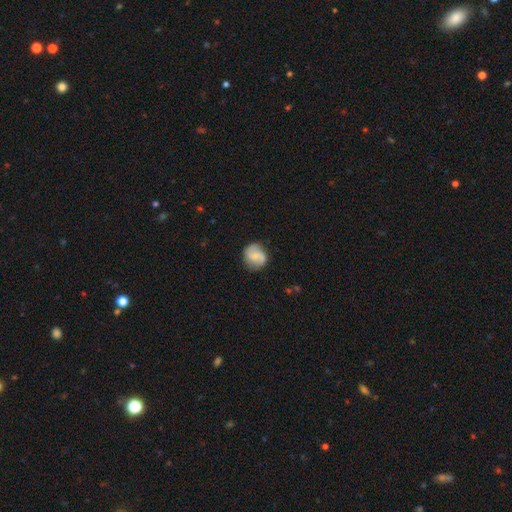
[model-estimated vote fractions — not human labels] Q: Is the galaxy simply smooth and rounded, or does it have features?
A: featured or disk — 51%.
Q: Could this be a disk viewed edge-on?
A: no — 98%.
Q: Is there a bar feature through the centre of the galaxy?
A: weak — 45%.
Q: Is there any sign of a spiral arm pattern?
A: yes — 90%.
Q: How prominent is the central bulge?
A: small — 42%.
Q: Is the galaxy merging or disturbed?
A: none — 77%.